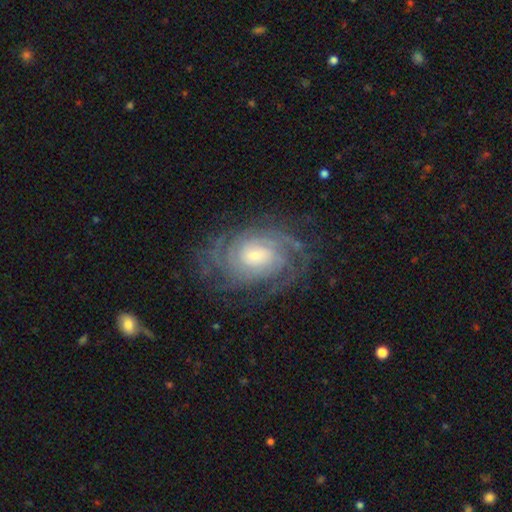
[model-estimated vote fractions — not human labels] Smooth or featured: featured or disk — 86% (smooth — 8%)
Edge-on disk: no — 97% (yes — 3%)
Bar: no — 65% (weak — 28%)
Spiral arms: yes — 96% (no — 4%)
Spiral winding: tight — 74% (medium — 21%)
Spiral arm count: can't tell — 37% (4 — 18%)
Bulge size: small — 62% (moderate — 29%)
Merging: none — 75% (minor disturbance — 15%)